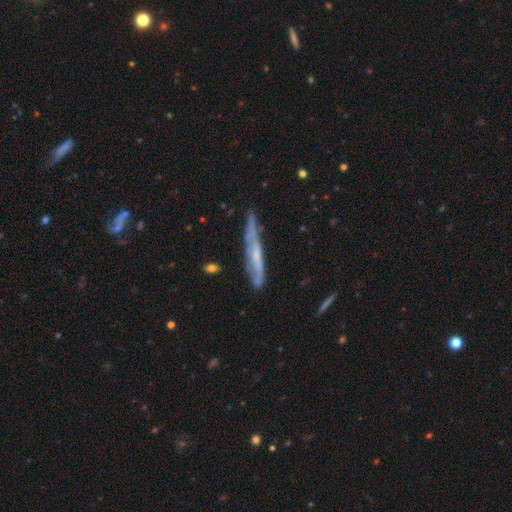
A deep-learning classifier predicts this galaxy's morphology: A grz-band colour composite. It shows a featured or disk galaxy (62%) viewed edge-on (75%). Merging: none (62%).